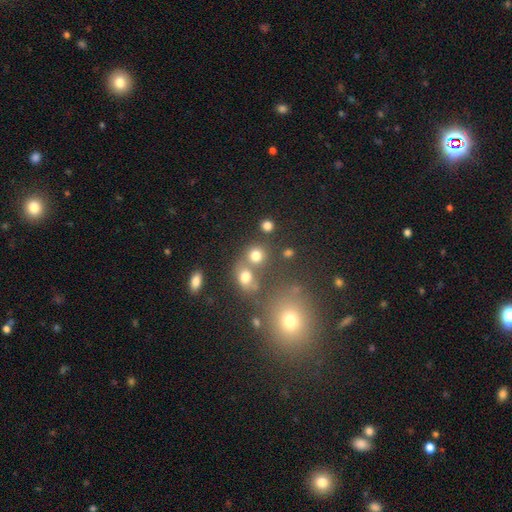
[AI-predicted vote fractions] This appears to be a smooth galaxy with no disk features (76%) that is round (81%). Merging: none (57%).